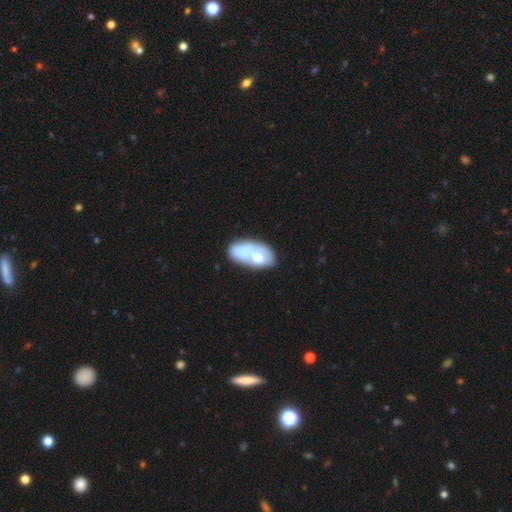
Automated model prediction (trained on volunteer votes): This appears to be a smooth galaxy with no disk features (53%) that is in between round and cigar-shaped (92%). Merging: merger (32%).